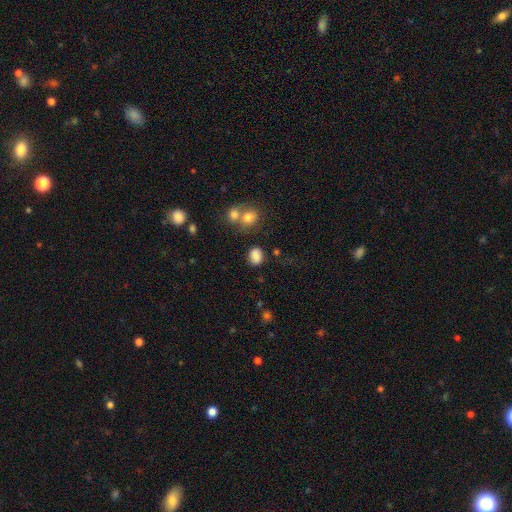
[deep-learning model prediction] Morphology: type=smooth (84%); roundness=in between (54%); merging=none (72%).